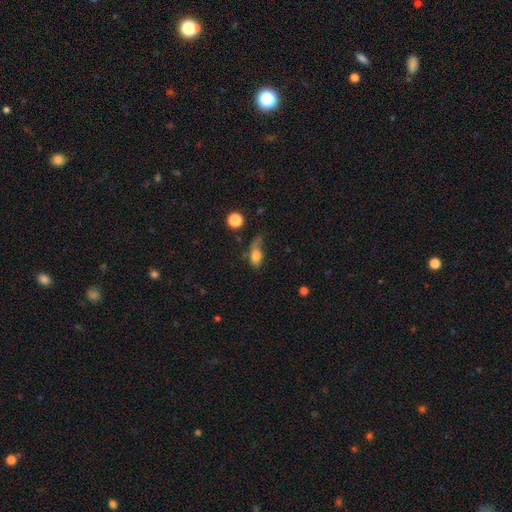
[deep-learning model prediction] A smooth galaxy with no disk features (73%) that is in between round and cigar-shaped (73%).

Vote fractions:
- Smooth or featured? smooth: 73% / featured or disk: 16% / star or artifact: 10%
- How rounded? in between: 73% / round: 16% / cigar-shaped: 11%
- Merging? major disturbance: 34% / minor disturbance: 32% / none: 28% / merger: 6%